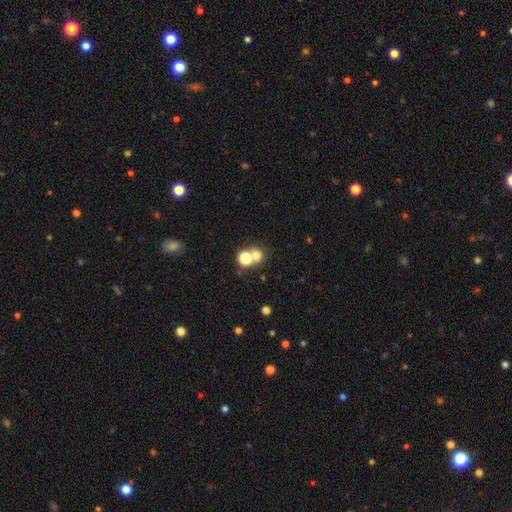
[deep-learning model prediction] Morphology: type=smooth (70%); roundness=round (81%); merging=none (47%).